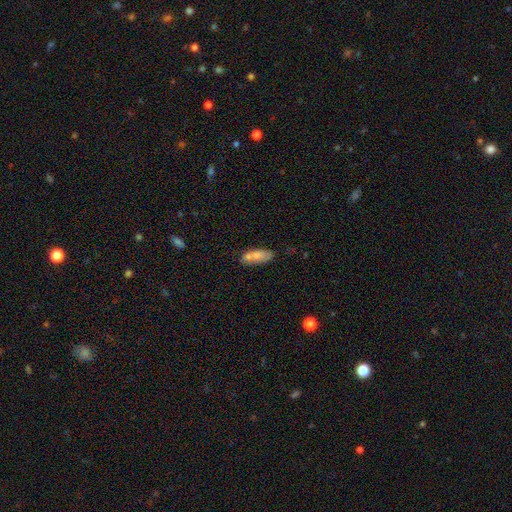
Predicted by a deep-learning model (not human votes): smooth-or-featured: smooth: 70% | featured or disk: 23% | star or artifact: 7%
  how-rounded: in between: 70% | cigar-shaped: 27% | round: 3%
  merging: none: 50% | merger: 26% | minor disturbance: 19% | major disturbance: 6%